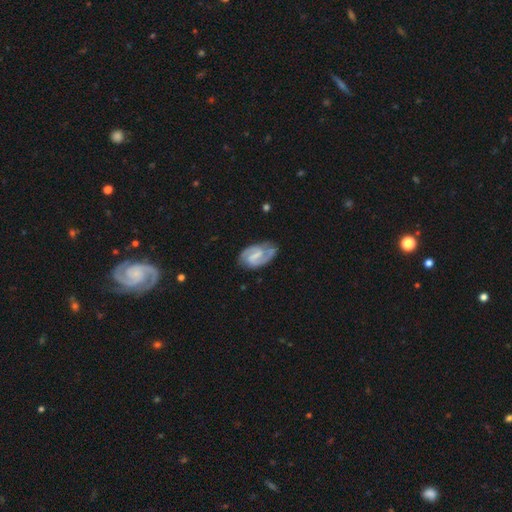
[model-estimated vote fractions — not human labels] Smooth or featured?
  - featured or disk: 86% *
  - smooth: 9%
  - star or artifact: 5%
Edge-on disk?
  - no: 98% *
  - yes: 2%
Bar?
  - weak: 46% *
  - strong: 38%
  - no: 15%
Spiral arms?
  - yes: 96% *
  - no: 4%
Spiral winding?
  - medium: 52% *
  - tight: 31%
  - loose: 16%
Spiral arm count?
  - 2: 91% *
  - can't tell: 3%
  - 1: 2%
  - 3: 1%
  - 4: 1%
  - more than 4: 1%
Bulge size?
  - none: 43% *
  - small: 37%
  - moderate: 17%
  - large: 2%
  - dominant: 1%
Merging?
  - none: 76% *
  - minor disturbance: 17%
  - major disturbance: 5%
  - merger: 2%